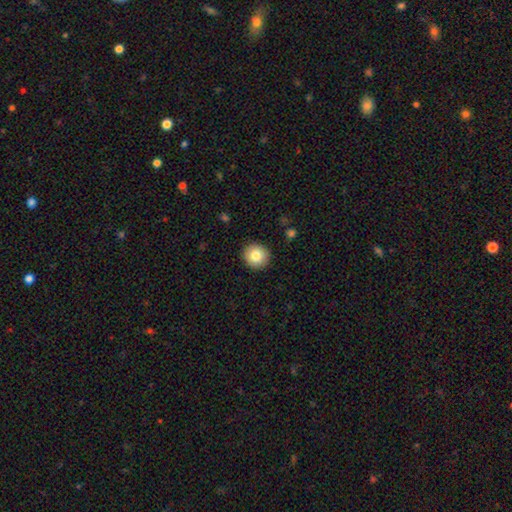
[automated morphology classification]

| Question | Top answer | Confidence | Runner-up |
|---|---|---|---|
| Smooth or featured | smooth | 83% | featured or disk (9%) |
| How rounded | round | 92% | in between (7%) |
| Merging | none | 91% | minor disturbance (6%) |